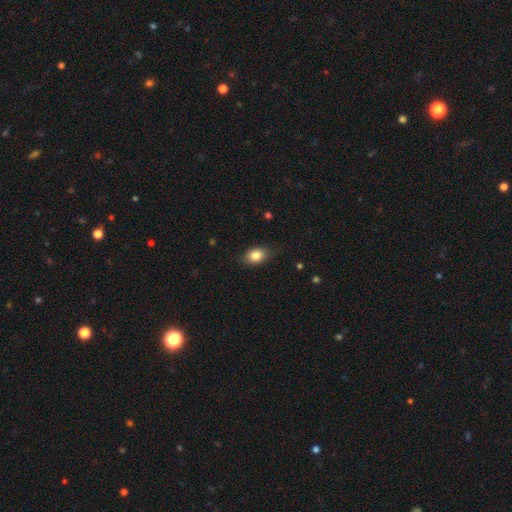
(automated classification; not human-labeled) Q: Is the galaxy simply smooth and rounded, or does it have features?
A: smooth — 83%.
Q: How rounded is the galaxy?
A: in between — 79%.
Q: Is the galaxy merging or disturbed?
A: none — 82%.